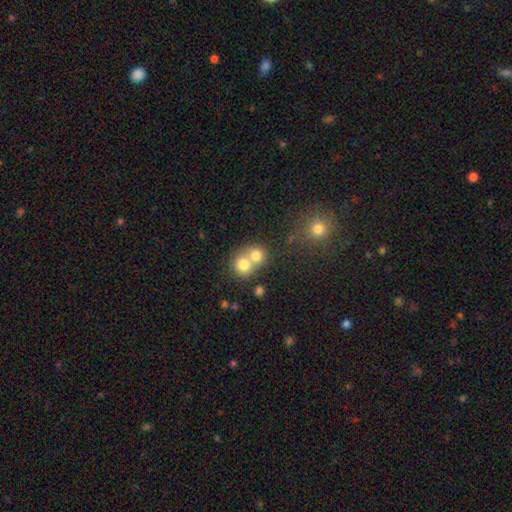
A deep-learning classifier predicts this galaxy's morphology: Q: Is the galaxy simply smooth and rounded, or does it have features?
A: smooth — 75%.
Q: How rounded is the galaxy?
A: round — 79%.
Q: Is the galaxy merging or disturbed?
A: merger — 62%.